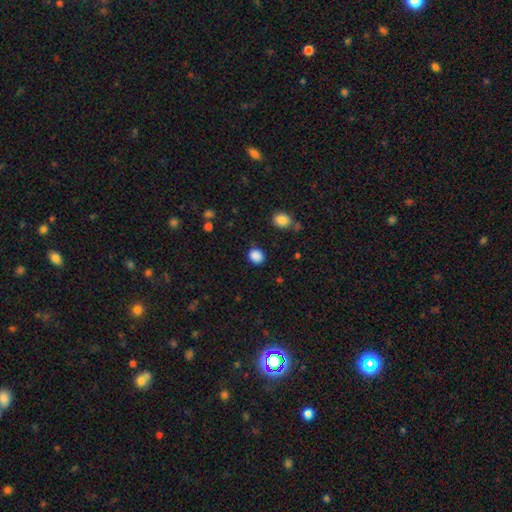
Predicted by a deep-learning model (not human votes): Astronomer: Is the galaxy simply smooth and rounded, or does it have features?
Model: smooth — 87%.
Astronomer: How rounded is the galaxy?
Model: round — 77%.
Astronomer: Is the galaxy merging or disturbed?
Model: none — 85%.